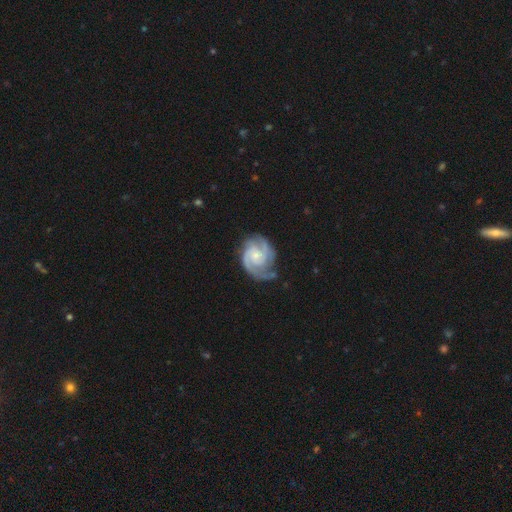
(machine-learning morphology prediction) Overall: featured or disk (89%). Edge-on disk: no (98%). Bar: no (65%; weak 30%). Spiral arms: yes (98%). Spiral arm count: 2 (56%; 3 27%). Spiral winding: tight (51%; medium 42%). Bulge size: small (60%; moderate 30%). Merging: none (67%).